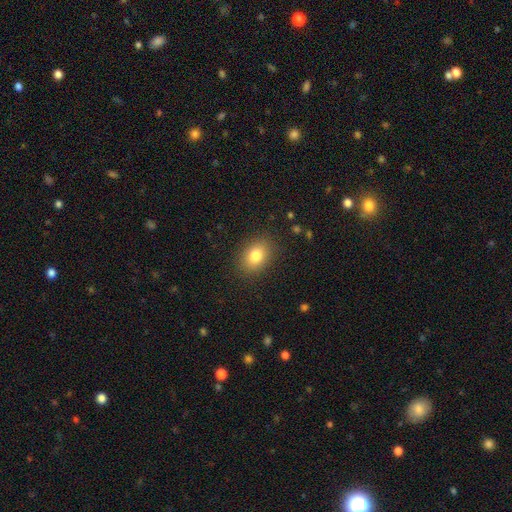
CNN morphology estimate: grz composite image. It shows a smooth galaxy with no disk features (81%) that is in between round and cigar-shaped (70%). Merging: none (87%).